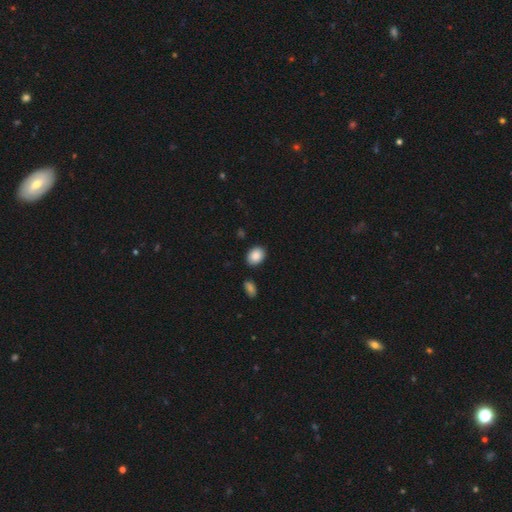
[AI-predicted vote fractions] Overall: smooth (88%). How rounded: in between (70%). Merging: none (85%).